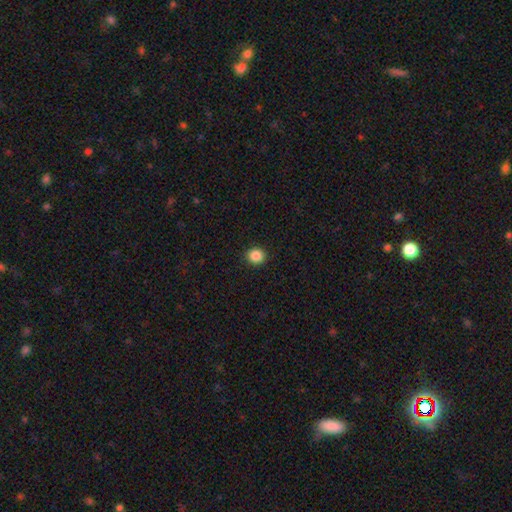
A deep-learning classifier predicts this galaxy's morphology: Q: Smooth or featured?
A: smooth (87%); runner-up: star or artifact (10%)
Q: How rounded?
A: round (87%); runner-up: in between (12%)
Q: Merging?
A: none (93%); runner-up: minor disturbance (5%)